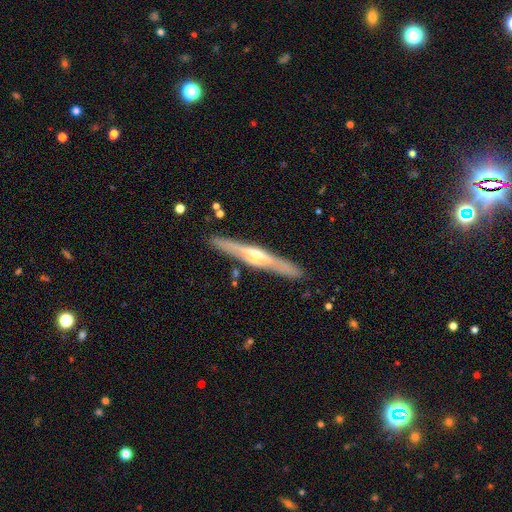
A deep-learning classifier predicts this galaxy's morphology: Overall: featured or disk (74%). Edge-on disk: yes (96%). Edge-on bulge: rounded (88%). Merging: none (89%).